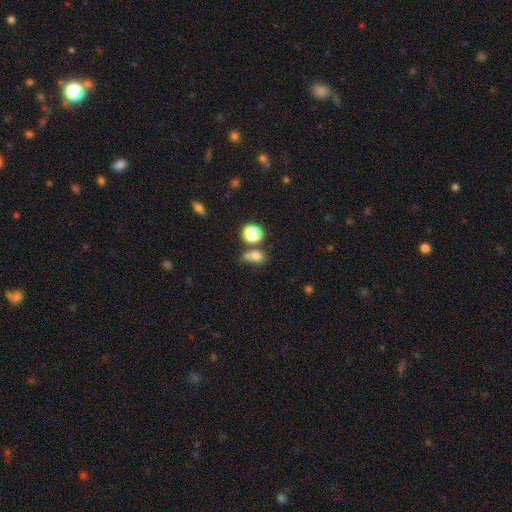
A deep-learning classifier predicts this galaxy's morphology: Overall: smooth (71%). How rounded: round (59%; in between 39%). Merging: none (45%; merger 35%).